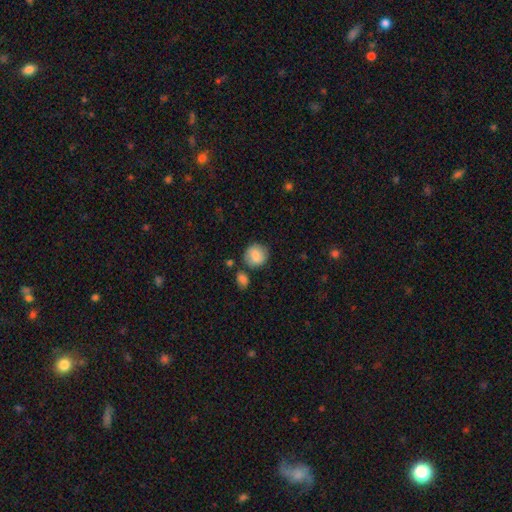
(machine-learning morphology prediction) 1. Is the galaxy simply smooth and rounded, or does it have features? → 83% smooth, 9% featured or disk, 8% star or artifact.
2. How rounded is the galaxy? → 86% round, 13% in between, 1% cigar-shaped.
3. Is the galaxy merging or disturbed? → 75% none, 13% minor disturbance, 8% merger, 4% major disturbance.